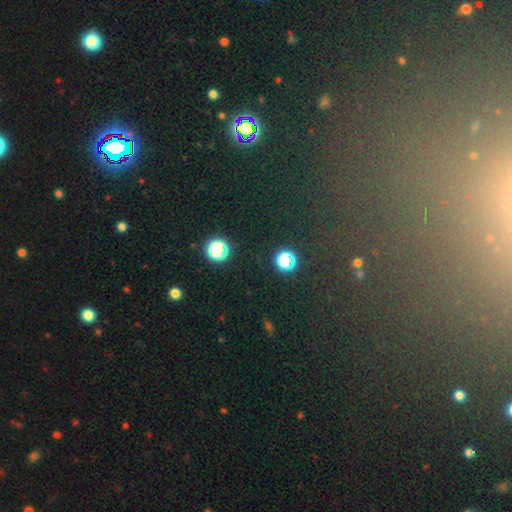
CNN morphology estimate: Q: Smooth or featured?
A: star or artifact (67%); runner-up: smooth (21%)